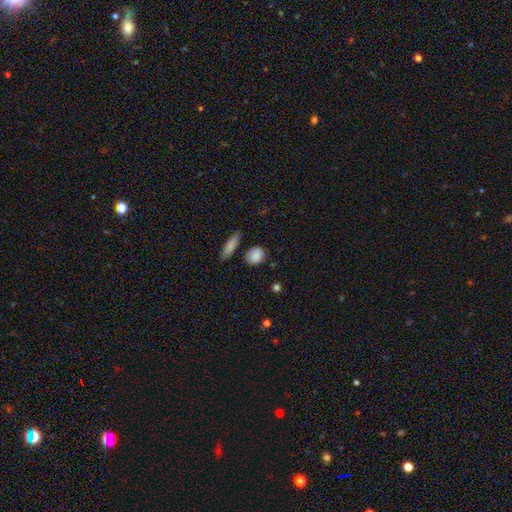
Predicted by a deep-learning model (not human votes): Smooth or featured: smooth — 86% (star or artifact — 8%)
How rounded: round — 72% (in between — 24%)
Merging: none — 80% (minor disturbance — 13%)